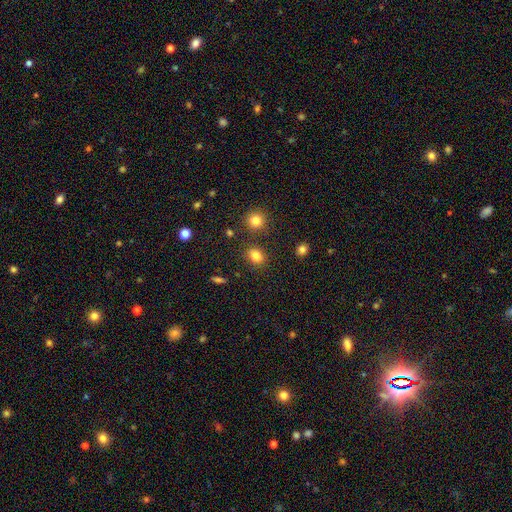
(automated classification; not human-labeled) Smooth or featured: smooth — 81% (star or artifact — 12%)
How rounded: in between — 52% (round — 47%)
Merging: none — 83% (minor disturbance — 9%)